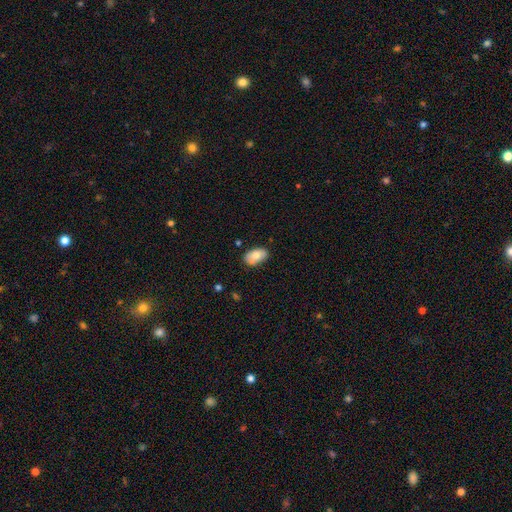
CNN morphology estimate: Smooth or featured? Predicted: smooth (p=0.72). How rounded? Predicted: in between (p=0.93). Merging? Predicted: none (p=0.71).